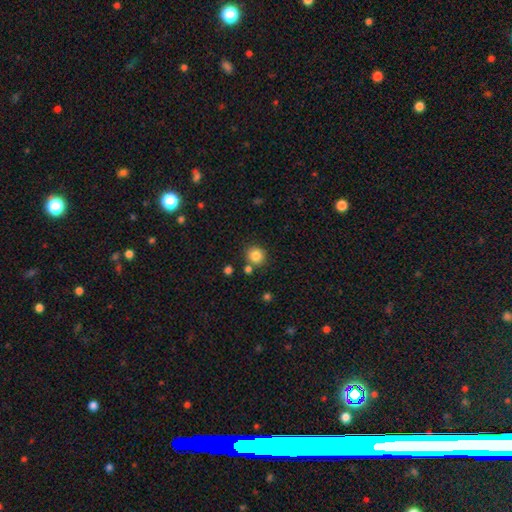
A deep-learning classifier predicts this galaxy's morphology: Smooth or featured? Predicted: smooth (p=0.84). How rounded? Predicted: round (p=0.89). Merging? Predicted: none (p=0.79).